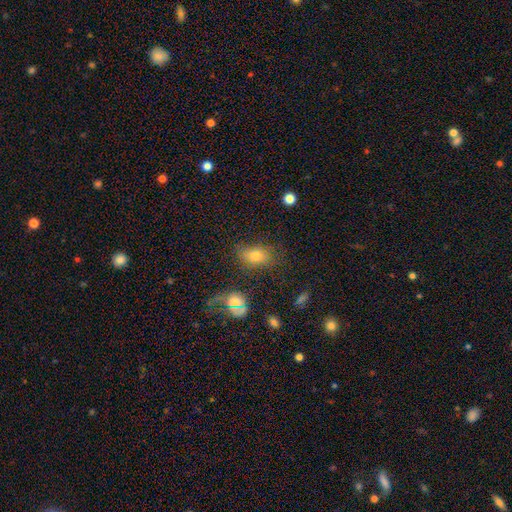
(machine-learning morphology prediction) smooth-or-featured: smooth: 69% | star or artifact: 17% | featured or disk: 14%
  how-rounded: in between: 75% | round: 23% | cigar-shaped: 2%
  merging: none: 63% | minor disturbance: 19% | major disturbance: 12% | merger: 6%